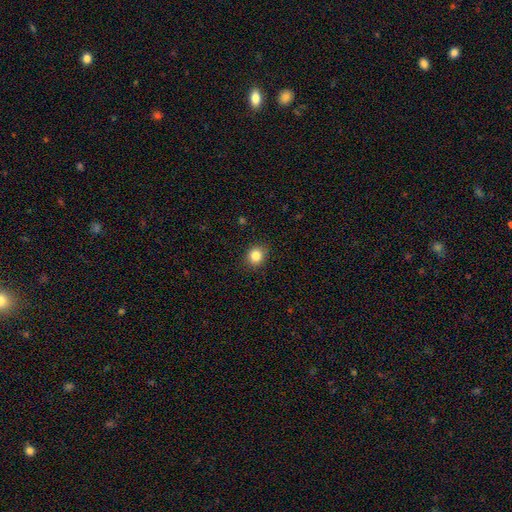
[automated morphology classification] Overall: smooth (84%). How rounded: round (72%). Merging: none (89%).